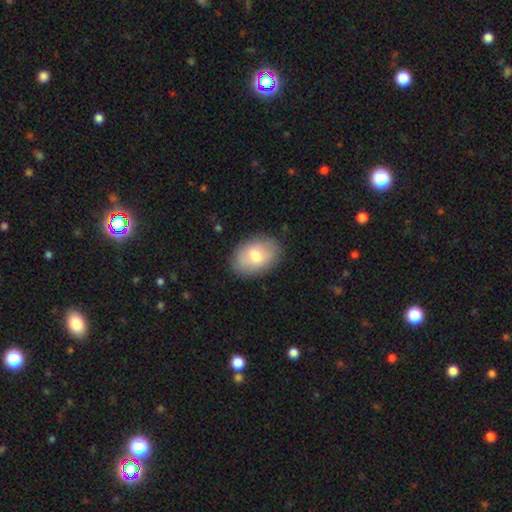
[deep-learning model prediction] Overall: smooth (72%). How rounded: in between (81%). Merging: none (85%).